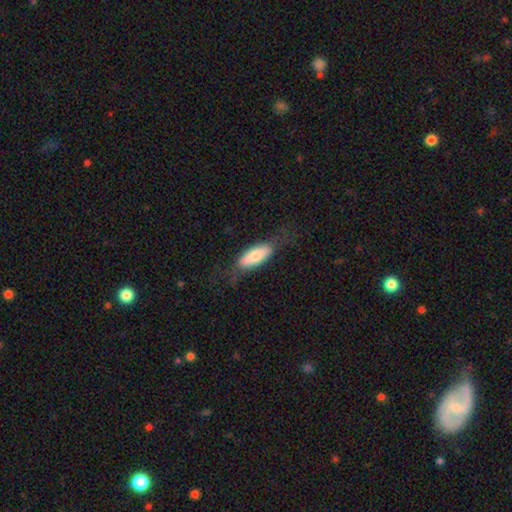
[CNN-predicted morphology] Smooth or featured? Predicted: smooth (p=0.67). How rounded? Predicted: in between (p=0.68). Merging? Predicted: none (p=0.62).